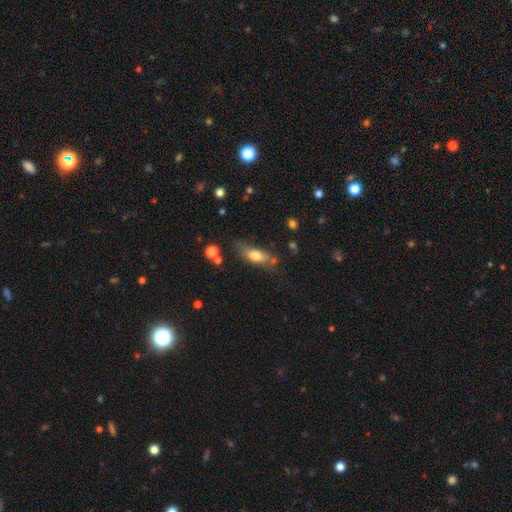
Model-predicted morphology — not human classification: Smooth or featured: smooth — 68% (featured or disk — 23%)
How rounded: in between — 69% (cigar-shaped — 27%)
Merging: none — 59% (minor disturbance — 25%)